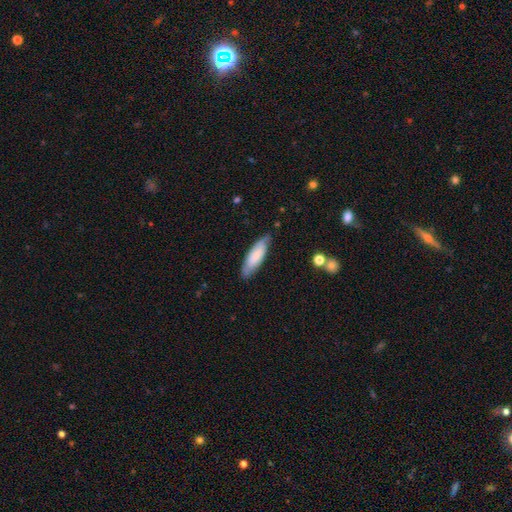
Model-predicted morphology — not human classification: Smooth or featured? Predicted: smooth (p=0.73). How rounded? Predicted: cigar-shaped (p=0.50). Merging? Predicted: none (p=0.76).